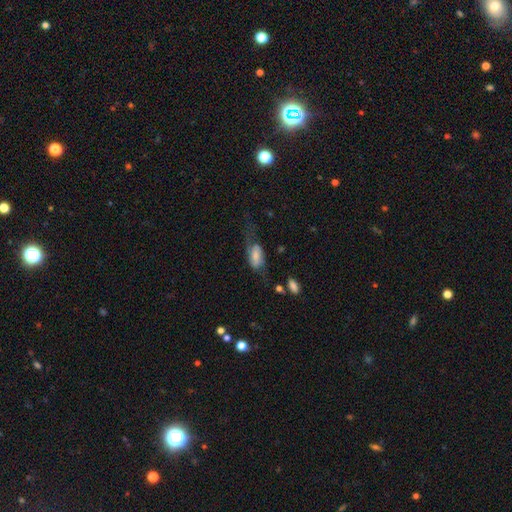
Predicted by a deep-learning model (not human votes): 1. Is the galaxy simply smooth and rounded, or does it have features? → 54% smooth, 38% featured or disk, 8% star or artifact.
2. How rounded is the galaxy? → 87% in between, 8% cigar-shaped, 5% round.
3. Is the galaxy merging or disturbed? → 40% major disturbance, 34% none, 23% minor disturbance, 4% merger.